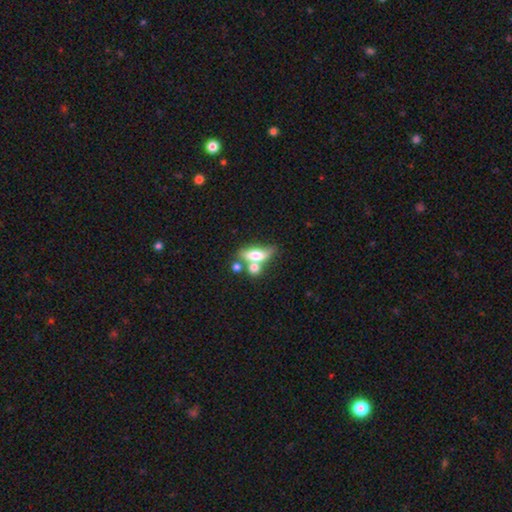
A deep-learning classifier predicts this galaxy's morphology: Smooth or featured?
  - smooth: 62% *
  - featured or disk: 28%
  - star or artifact: 9%
How rounded?
  - in between: 69% *
  - cigar-shaped: 21%
  - round: 10%
Merging?
  - merger: 47% *
  - none: 31%
  - minor disturbance: 13%
  - major disturbance: 10%